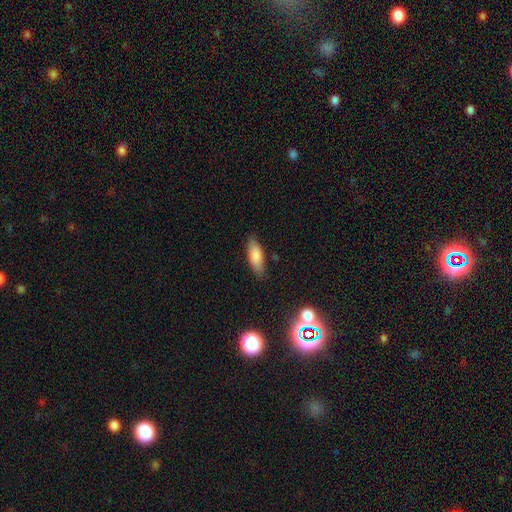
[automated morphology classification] This is clearly a smooth galaxy (83%). How rounded: likely in between (68%). Merging: clearly none (82%).